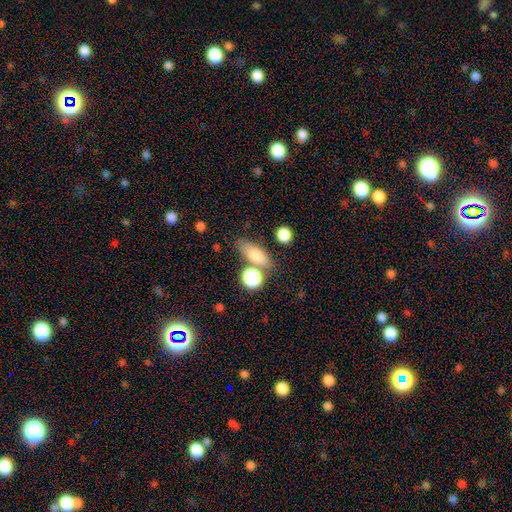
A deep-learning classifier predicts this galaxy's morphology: Smooth or featured? Predicted: smooth (p=0.74). How rounded? Predicted: in between (p=0.65). Merging? Predicted: none (p=0.68).